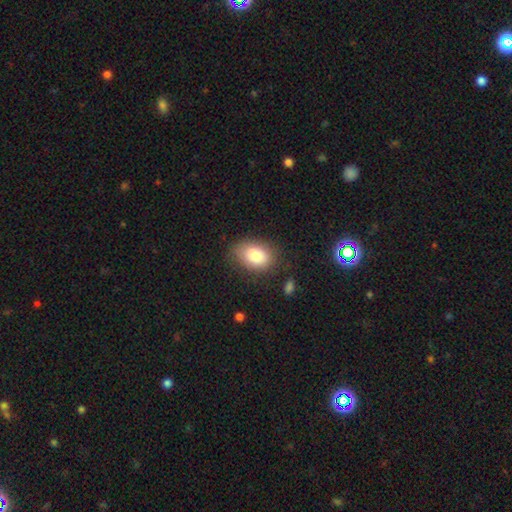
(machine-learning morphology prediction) smooth 81%, featured or disk 11%, star or artifact 8%. Down the decision tree: how rounded — in between (81%); merging — none (72%).